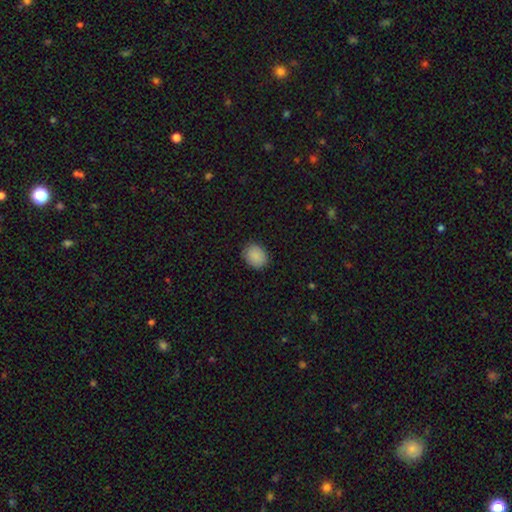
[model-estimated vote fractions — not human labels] A smooth galaxy with no disk features (89%) that is round (53%).

Vote fractions:
- Smooth or featured? smooth: 89% / star or artifact: 8% / featured or disk: 4%
- How rounded? round: 53% / in between: 46% / cigar-shaped: 1%
- Merging? none: 87% / minor disturbance: 10% / major disturbance: 2% / merger: 1%